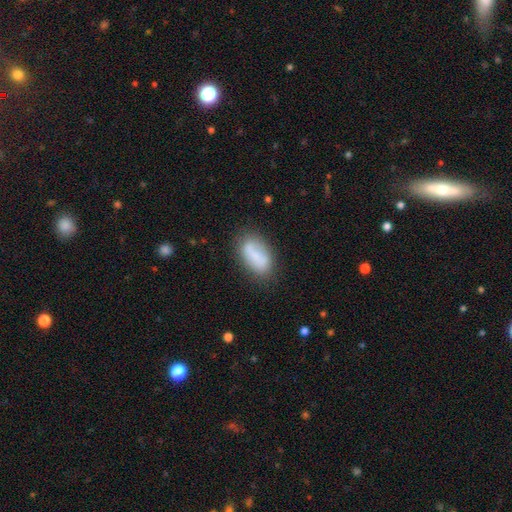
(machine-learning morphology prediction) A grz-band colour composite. It shows a smooth galaxy with no disk features (70%) that is in between round and cigar-shaped (89%). Merging: none (69%).